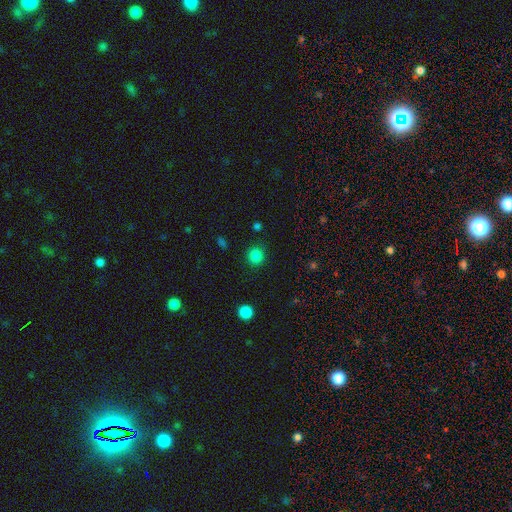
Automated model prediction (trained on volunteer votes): smooth 84%, star or artifact 13%, featured or disk 3%. Down the decision tree: how rounded — round (91%); merging — none (89%).